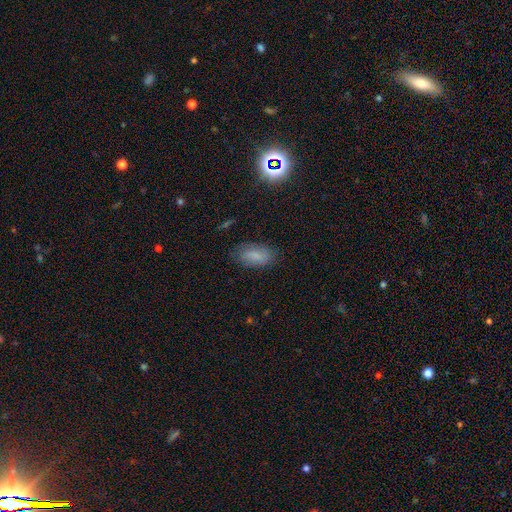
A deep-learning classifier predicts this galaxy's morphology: The model was most divided on "merging": none: 78%, minor disturbance: 17%, major disturbance: 4%, merger: 1%. More confident: how rounded — in between (91%); smooth or featured — smooth (76%).